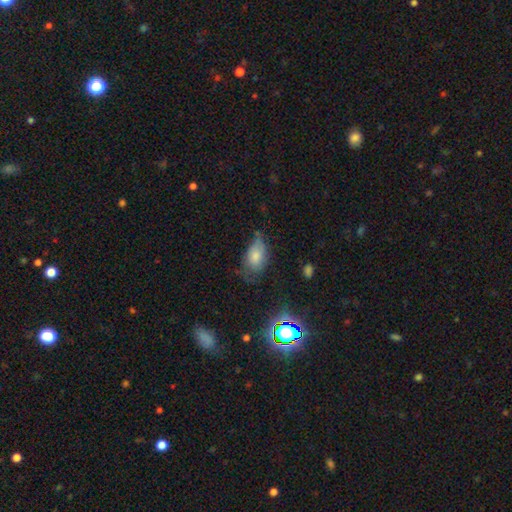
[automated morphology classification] This appears to be a smooth galaxy with no disk features (72%) that is in between round and cigar-shaped (90%). Merging: none (42%).